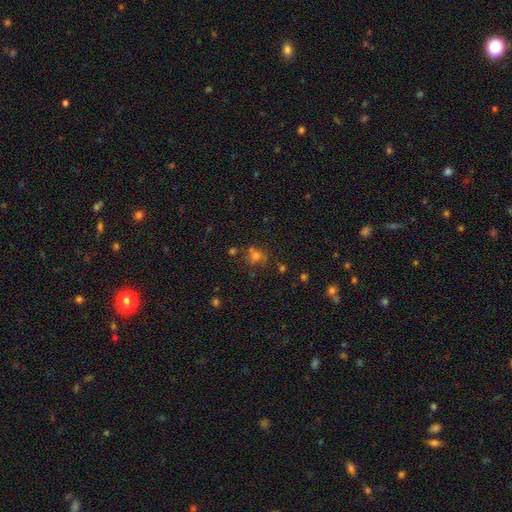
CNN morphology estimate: Smooth or featured: smooth — 57% (star or artifact — 24%)
How rounded: round — 71% (in between — 28%)
Merging: none — 53% (merger — 18%)